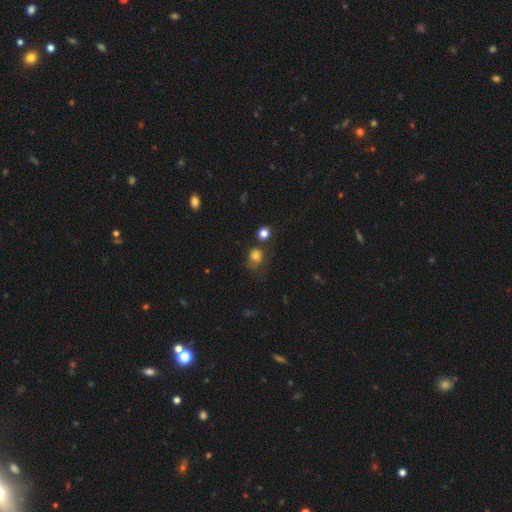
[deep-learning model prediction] smooth_or_featured: smooth (p=0.75) [alt: star or artifact p=0.15]
how_rounded: round (p=0.70) [alt: in between p=0.29]
merging: none (p=0.48) [alt: minor disturbance p=0.24]